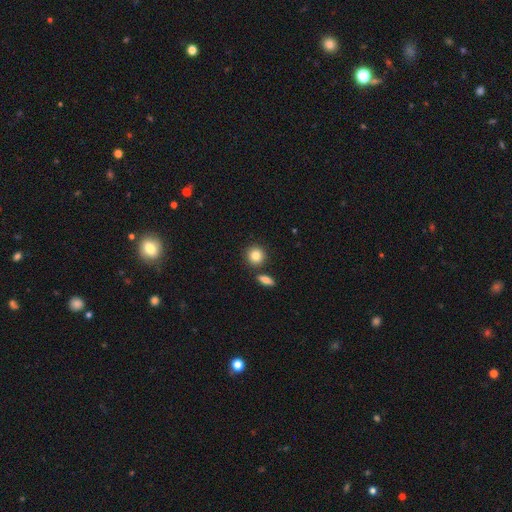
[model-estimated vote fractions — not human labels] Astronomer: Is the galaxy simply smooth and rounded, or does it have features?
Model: smooth — 83%.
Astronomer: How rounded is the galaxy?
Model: round — 88%.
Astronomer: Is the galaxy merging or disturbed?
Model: none — 81%.